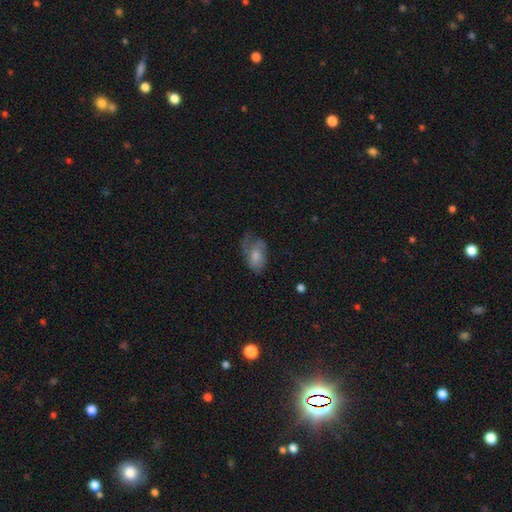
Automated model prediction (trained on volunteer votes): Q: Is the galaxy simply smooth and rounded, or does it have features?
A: smooth — 61%.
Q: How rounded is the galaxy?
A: in between — 90%.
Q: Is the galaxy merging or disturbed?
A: none — 35%.